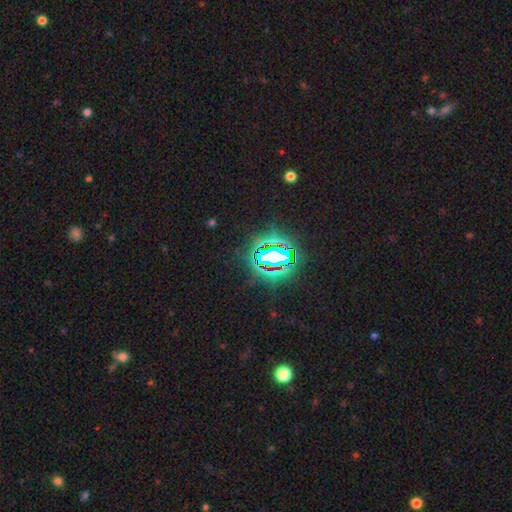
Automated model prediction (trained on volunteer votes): This appears to be a star or artifact, not a galaxy (81%).